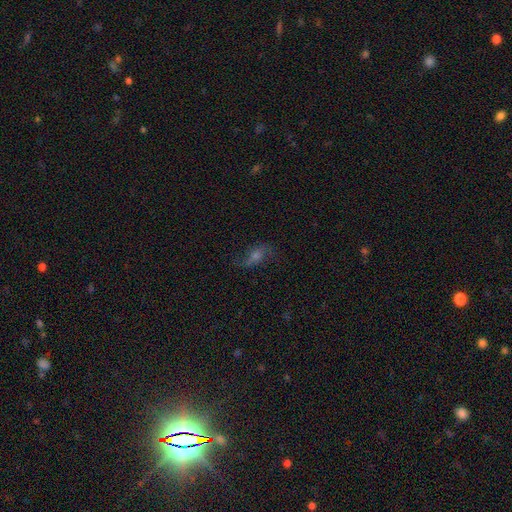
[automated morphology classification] Smooth or featured? Predicted: featured or disk (p=0.51). Edge-on disk? Predicted: no (p=0.85). Merging? Predicted: none (p=0.66).